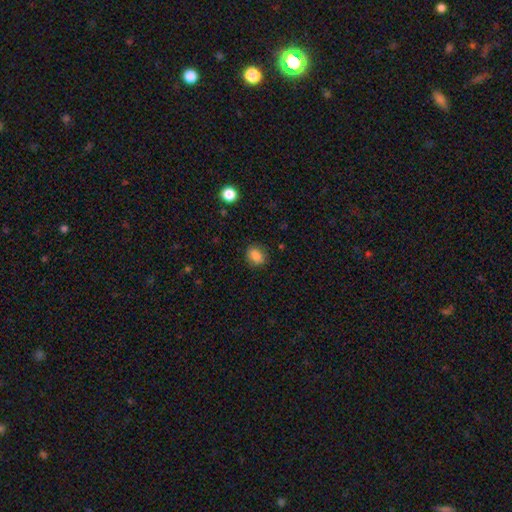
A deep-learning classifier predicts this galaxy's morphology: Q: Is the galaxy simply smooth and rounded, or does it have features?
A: smooth — 85%.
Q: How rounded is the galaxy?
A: in between — 57%.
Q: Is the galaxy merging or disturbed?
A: none — 84%.